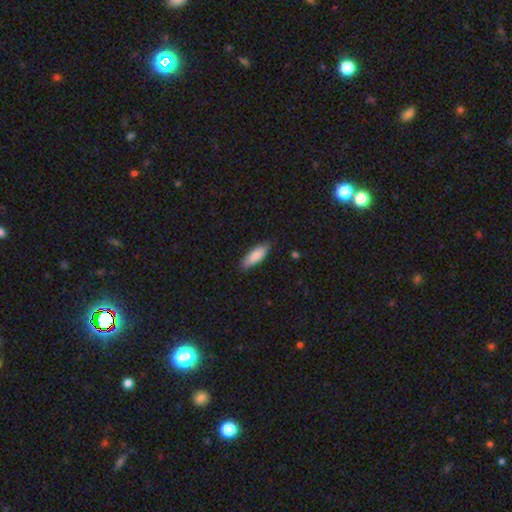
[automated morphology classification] smooth 85%, featured or disk 9%, star or artifact 6%. Down the decision tree: how rounded — in between (62%); merging — none (85%).